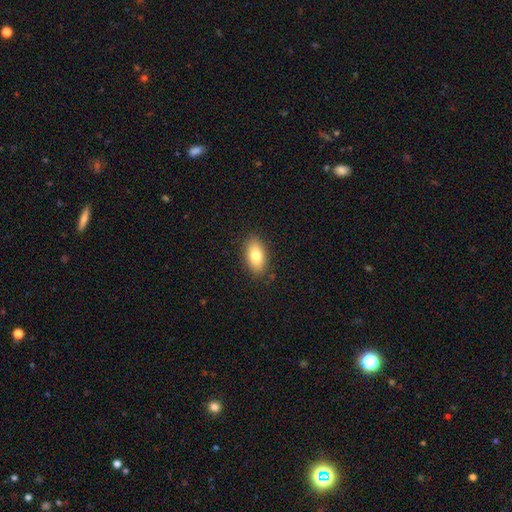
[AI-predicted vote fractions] This is likely a smooth galaxy (77%). How rounded: clearly in between (89%). Merging: clearly none (87%).